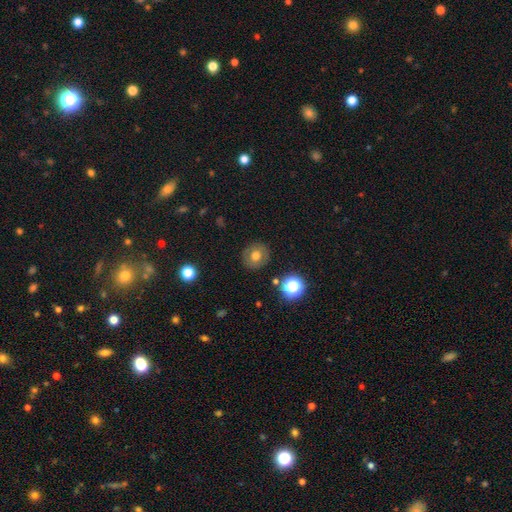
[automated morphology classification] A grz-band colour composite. It shows a smooth galaxy with no disk features (67%) that is round (88%). Merging: none (87%).